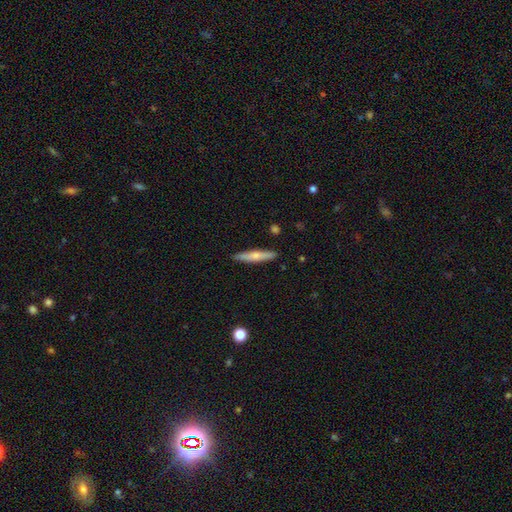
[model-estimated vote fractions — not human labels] smooth-or-featured: smooth: 57% | featured or disk: 37% | star or artifact: 6%
  how-rounded: cigar-shaped: 88% | in between: 10% | round: 2%
  merging: none: 89% | minor disturbance: 8% | major disturbance: 2% | merger: 1%